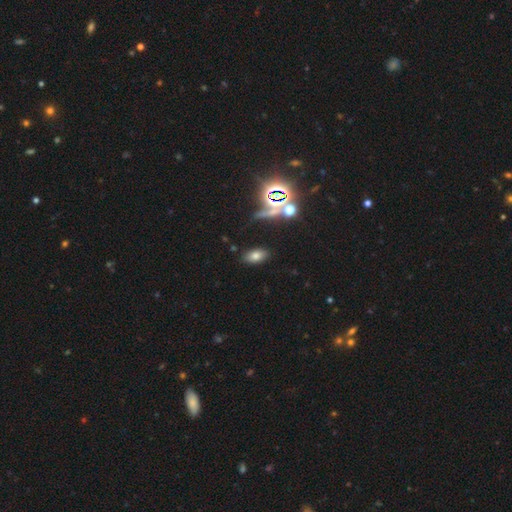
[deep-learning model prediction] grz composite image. It shows a smooth galaxy with no disk features (68%) that is in between round and cigar-shaped (90%). Merging: none (85%).